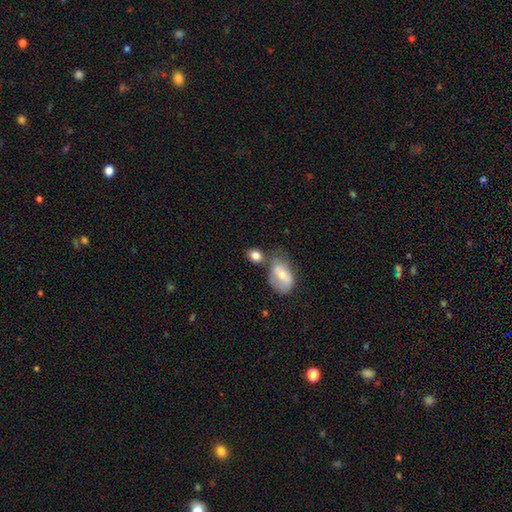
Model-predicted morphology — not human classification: This is likely a smooth galaxy (80%). How rounded: likely in between (64%). Merging: possibly none (54%).